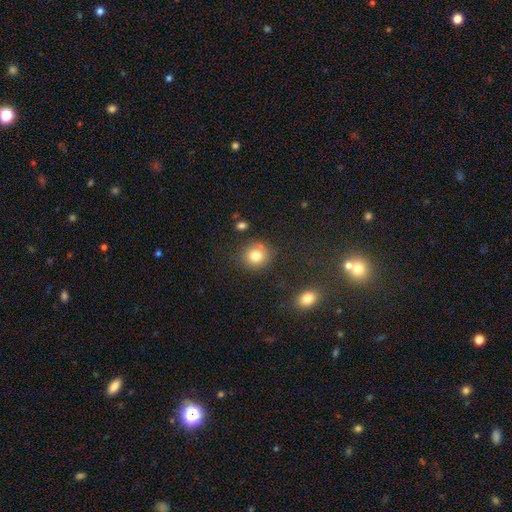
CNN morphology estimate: Smooth or featured?
  - smooth: 80% *
  - star or artifact: 11%
  - featured or disk: 9%
How rounded?
  - round: 88% *
  - in between: 11%
  - cigar-shaped: 1%
Merging?
  - none: 78% *
  - minor disturbance: 13%
  - merger: 6%
  - major disturbance: 4%